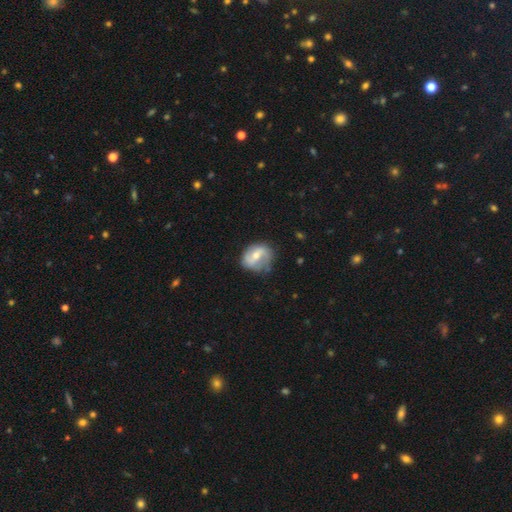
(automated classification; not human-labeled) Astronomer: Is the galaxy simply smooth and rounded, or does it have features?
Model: featured or disk — 56% (runner-up: smooth, 37%).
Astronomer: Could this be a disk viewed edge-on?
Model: no — 96%.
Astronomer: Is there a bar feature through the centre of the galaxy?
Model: weak — 44% (runner-up: no, 32%).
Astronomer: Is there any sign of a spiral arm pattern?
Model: yes — 72%.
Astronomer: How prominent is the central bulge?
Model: moderate — 58% (runner-up: small, 36%).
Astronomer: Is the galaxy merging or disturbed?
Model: none — 64%.